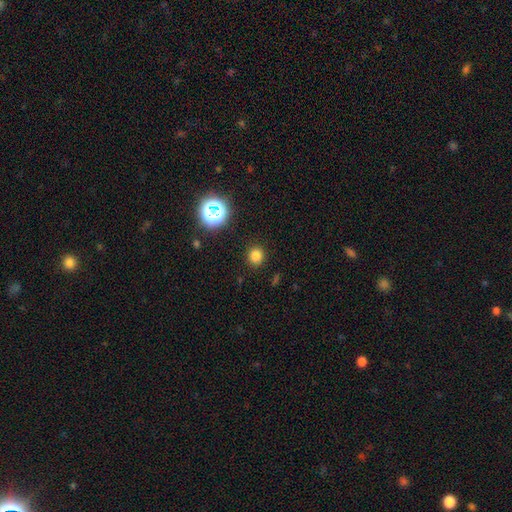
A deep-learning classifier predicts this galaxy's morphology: smooth-or-featured: smooth: 79% | star or artifact: 17% | featured or disk: 4%
  how-rounded: round: 88% | in between: 11% | cigar-shaped: 1%
  merging: none: 91% | minor disturbance: 6% | major disturbance: 2% | merger: 1%